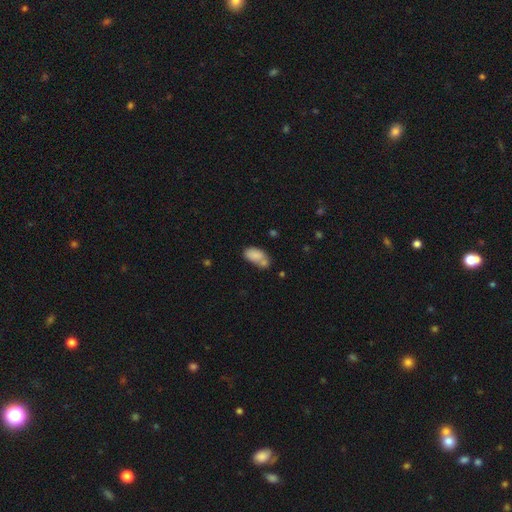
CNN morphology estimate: A smooth galaxy with no disk features (80%) that is in between round and cigar-shaped (91%).

Vote fractions:
- Smooth or featured? smooth: 80% / featured or disk: 11% / star or artifact: 9%
- How rounded? in between: 91% / round: 6% / cigar-shaped: 3%
- Merging? merger: 38% / none: 36% / minor disturbance: 19% / major disturbance: 7%